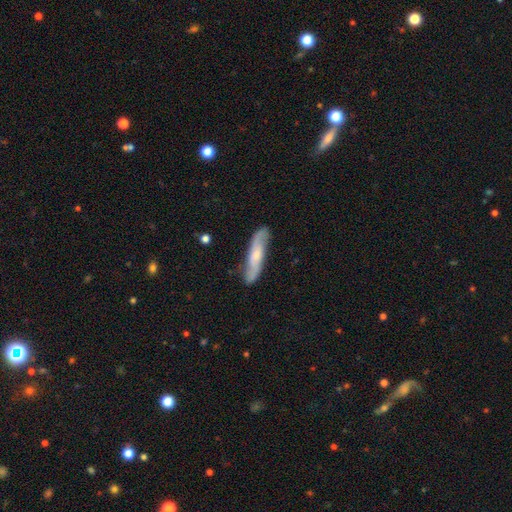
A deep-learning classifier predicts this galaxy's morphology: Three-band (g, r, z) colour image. It shows a featured or disk galaxy (59%). Merging: none (79%).